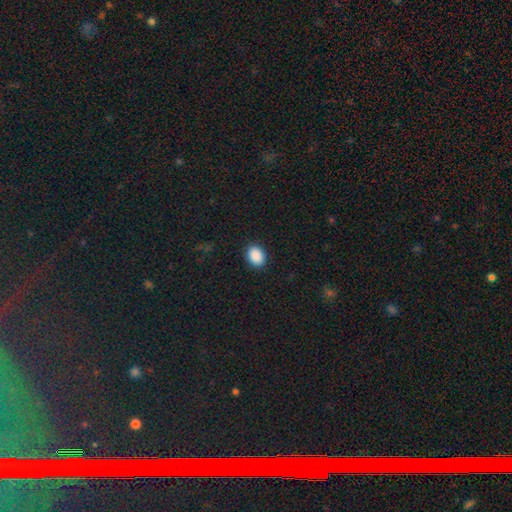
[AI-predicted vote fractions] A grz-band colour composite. It shows a smooth galaxy with no disk features (90%) that is in between round and cigar-shaped (69%). Merging: none (90%).